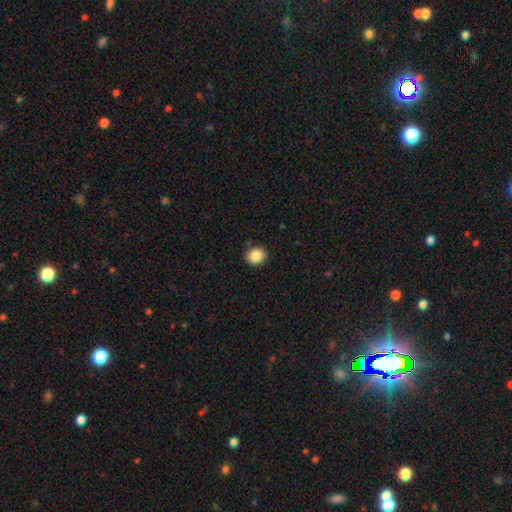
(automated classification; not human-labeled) A smooth galaxy with no disk features (87%) that is round (79%). Merging: none (89%).